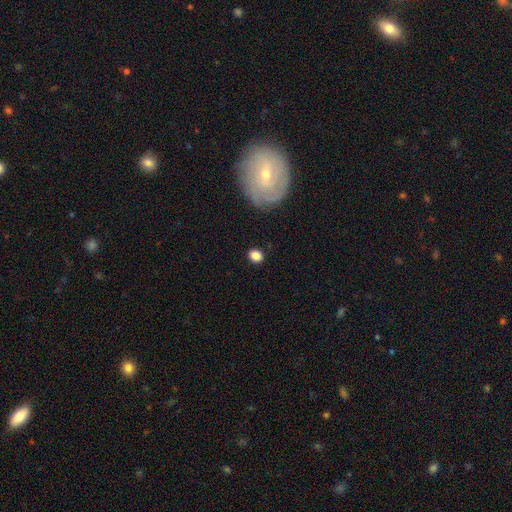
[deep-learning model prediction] Smooth or featured: smooth — 85% (star or artifact — 9%)
How rounded: round — 54% (in between — 44%)
Merging: none — 87% (minor disturbance — 9%)